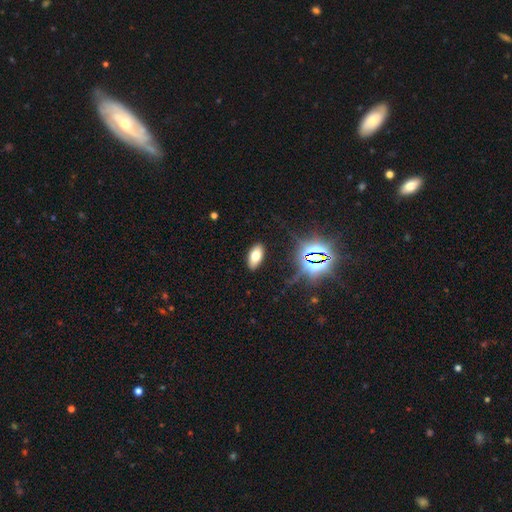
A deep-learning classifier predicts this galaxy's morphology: Q: Smooth or featured?
A: smooth (68%); runner-up: star or artifact (17%)
Q: How rounded?
A: in between (91%); runner-up: cigar-shaped (6%)
Q: Merging?
A: none (88%); runner-up: minor disturbance (8%)